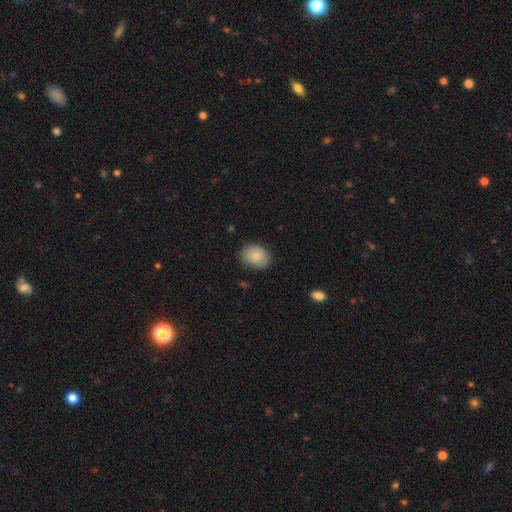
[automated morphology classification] Smooth or featured?
  - smooth: 83% *
  - featured or disk: 10%
  - star or artifact: 7%
How rounded?
  - in between: 64% *
  - round: 35%
  - cigar-shaped: 1%
Merging?
  - none: 82% *
  - minor disturbance: 14%
  - major disturbance: 3%
  - merger: 1%